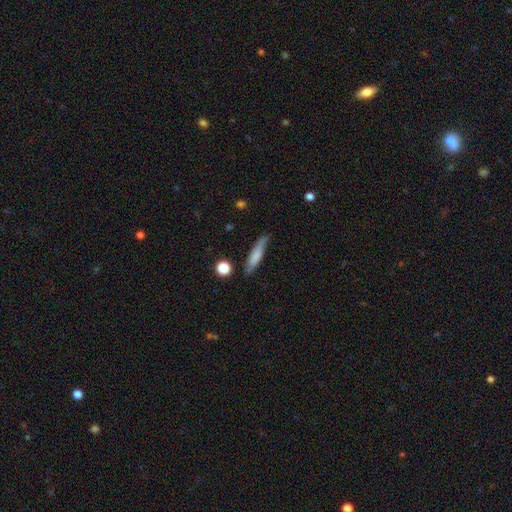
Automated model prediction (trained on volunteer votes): smooth_or_featured: smooth (p=0.68) [alt: featured or disk p=0.26]
how_rounded: cigar-shaped (p=0.80) [alt: in between p=0.18]
merging: none (p=0.71) [alt: minor disturbance p=0.21]